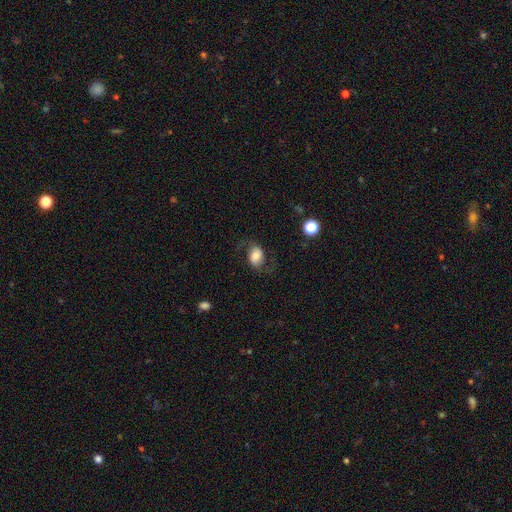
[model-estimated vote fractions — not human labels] A smooth galaxy with no disk features (51%) that is in between round and cigar-shaped (65%). Merging: none (65%).